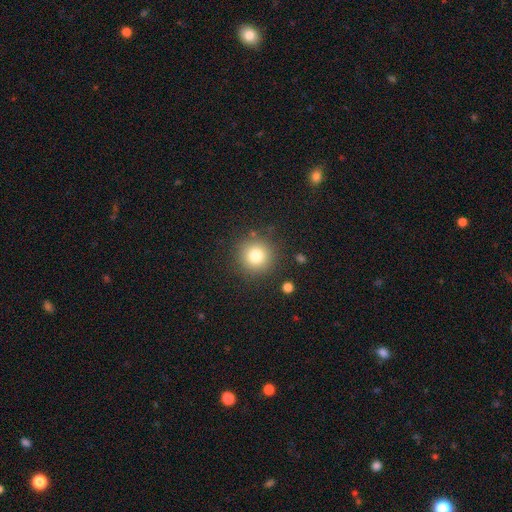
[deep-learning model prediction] A smooth galaxy with no disk features (79%) that is round (94%).

Vote fractions:
- Smooth or featured? smooth: 79% / star or artifact: 13% / featured or disk: 9%
- How rounded? round: 94% / in between: 5% / cigar-shaped: 1%
- Merging? none: 87% / minor disturbance: 8% / major disturbance: 3% / merger: 2%